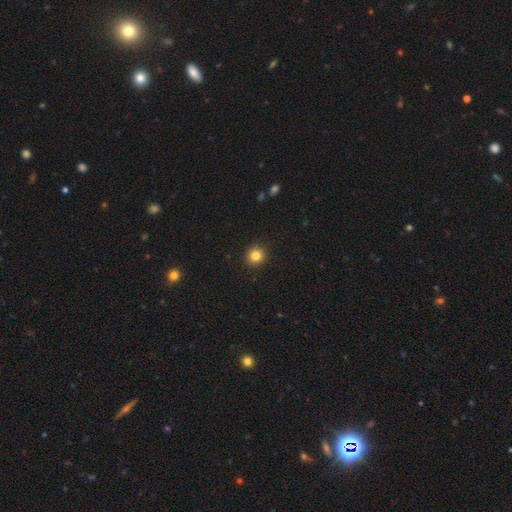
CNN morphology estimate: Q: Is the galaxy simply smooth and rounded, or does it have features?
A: smooth — 83%.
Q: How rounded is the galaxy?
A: round — 92%.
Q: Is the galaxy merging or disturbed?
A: none — 93%.